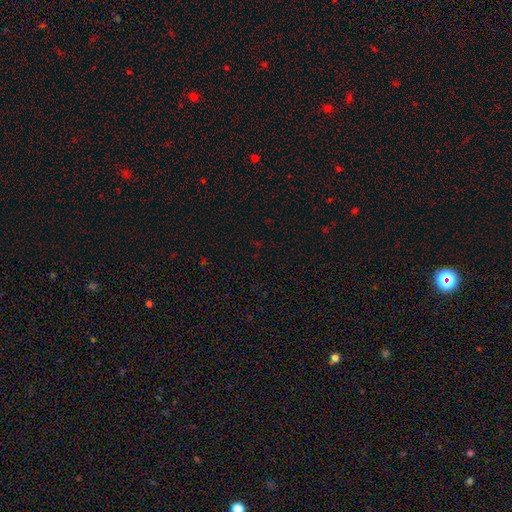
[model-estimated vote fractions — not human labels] A star or artifact, not a galaxy (68%).